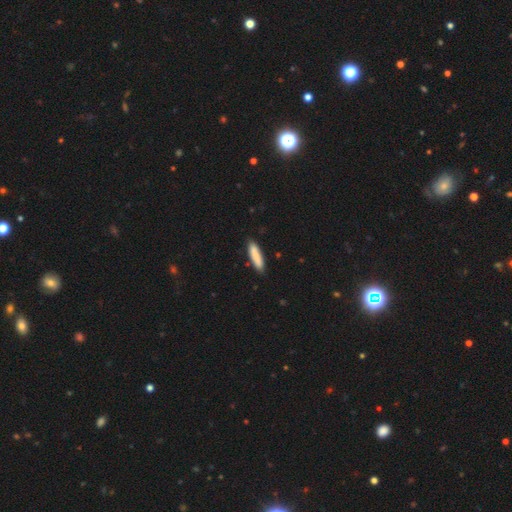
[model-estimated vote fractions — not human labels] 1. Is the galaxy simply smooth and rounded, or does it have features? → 85% smooth, 10% featured or disk, 5% star or artifact.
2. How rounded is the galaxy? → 79% cigar-shaped, 20% in between, 1% round.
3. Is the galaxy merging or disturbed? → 86% none, 10% minor disturbance, 2% major disturbance, 2% merger.